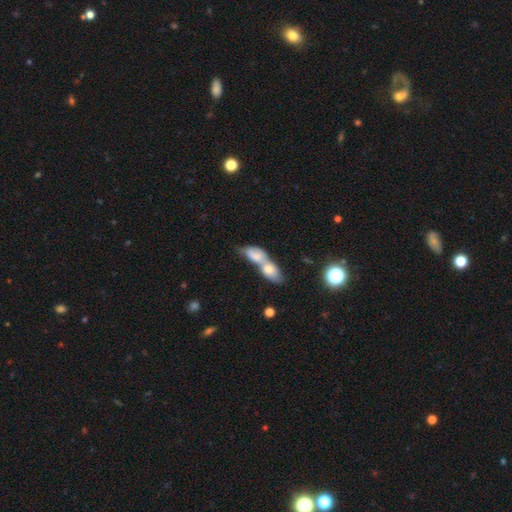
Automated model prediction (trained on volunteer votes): smooth 71%, featured or disk 21%, star or artifact 8%. Down the decision tree: how rounded — in between (79%); merging — merger (79%).